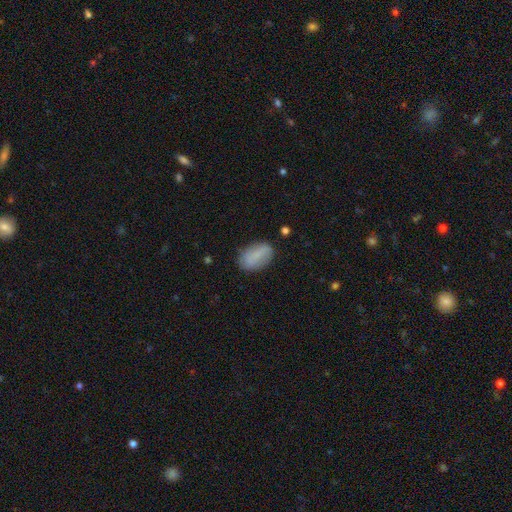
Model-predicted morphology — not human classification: This appears to be a smooth galaxy with no disk features (76%) that is in between round and cigar-shaped (90%). Merging: none (78%).